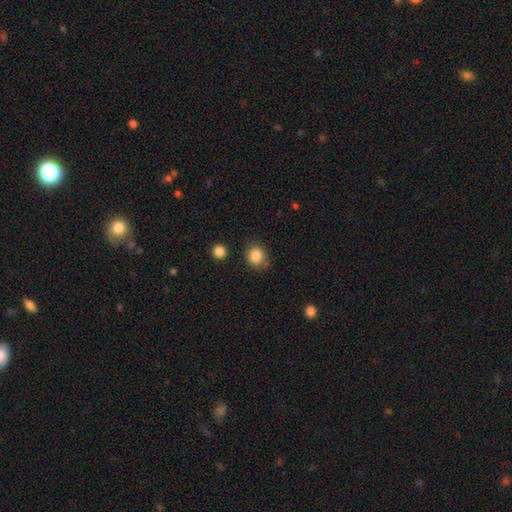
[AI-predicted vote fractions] A smooth galaxy with no disk features (87%) that is round (78%).

Vote fractions:
- Smooth or featured? smooth: 87% / star or artifact: 9% / featured or disk: 4%
- How rounded? round: 78% / in between: 21% / cigar-shaped: 1%
- Merging? none: 76% / minor disturbance: 15% / major disturbance: 4% / merger: 4%